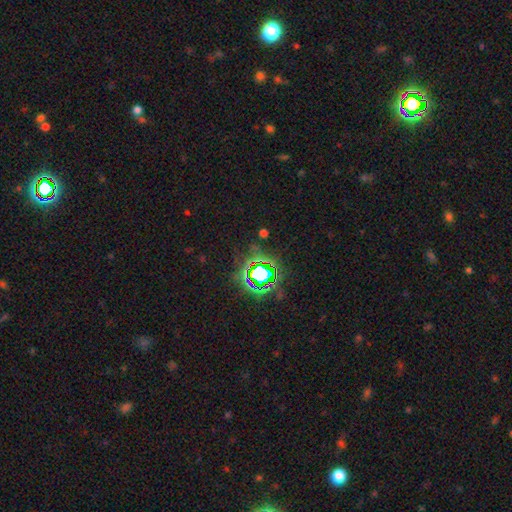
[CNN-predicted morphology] smooth-or-featured: star or artifact: 81% | smooth: 12% | featured or disk: 7%